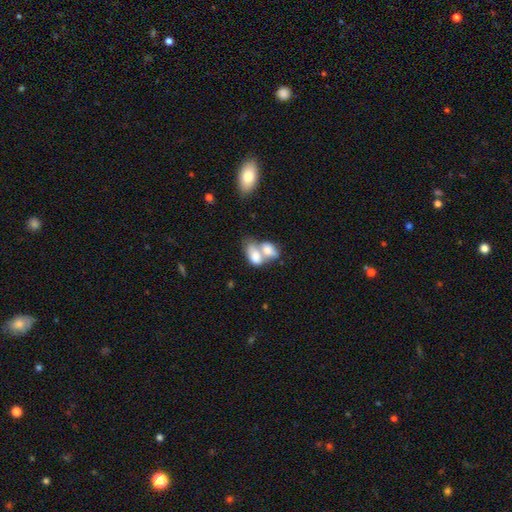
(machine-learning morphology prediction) smooth 73%, featured or disk 20%, star or artifact 7%. Down the decision tree: how rounded — in between (87%); merging — merger (77%).